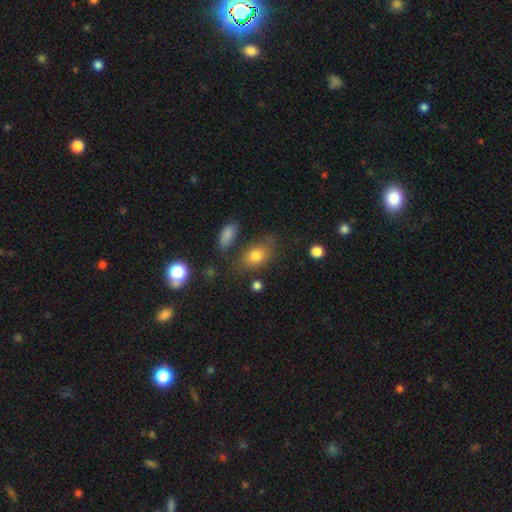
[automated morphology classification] Overall: smooth (78%). How rounded: in between (78%). Merging: none (63%).